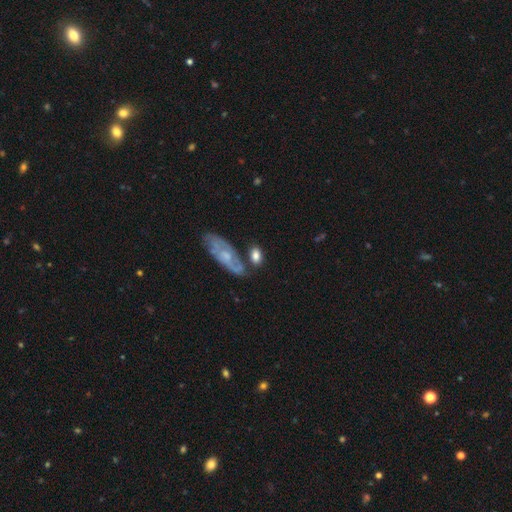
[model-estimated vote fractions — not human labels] A smooth galaxy with no disk features (70%) that is in between round and cigar-shaped (76%).

Vote fractions:
- Smooth or featured? smooth: 70% / featured or disk: 23% / star or artifact: 7%
- How rounded? in between: 76% / round: 17% / cigar-shaped: 7%
- Merging? none: 58% / minor disturbance: 19% / merger: 17% / major disturbance: 7%